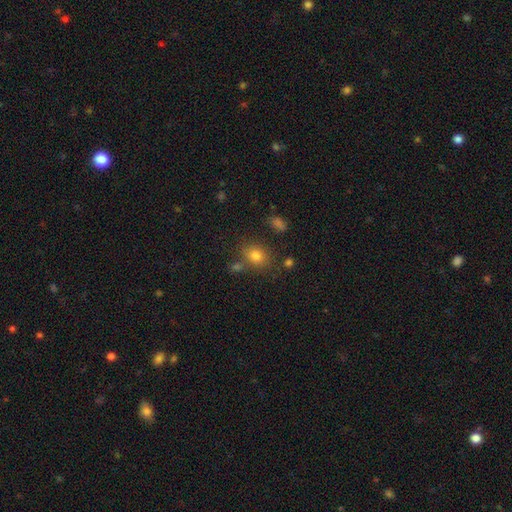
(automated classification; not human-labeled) Smooth or featured? Predicted: smooth (p=0.78). How rounded? Predicted: round (p=0.53). Merging? Predicted: none (p=0.72).